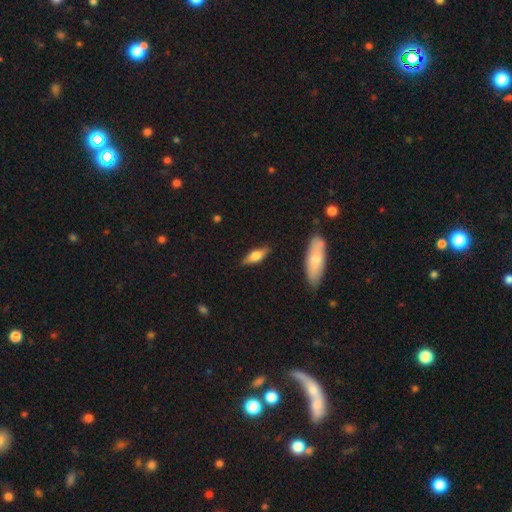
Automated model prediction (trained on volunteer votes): smooth_or_featured: smooth (p=0.57) [alt: featured or disk p=0.37]
how_rounded: in between (p=0.60) [alt: cigar-shaped p=0.38]
merging: none (p=0.83) [alt: minor disturbance p=0.12]